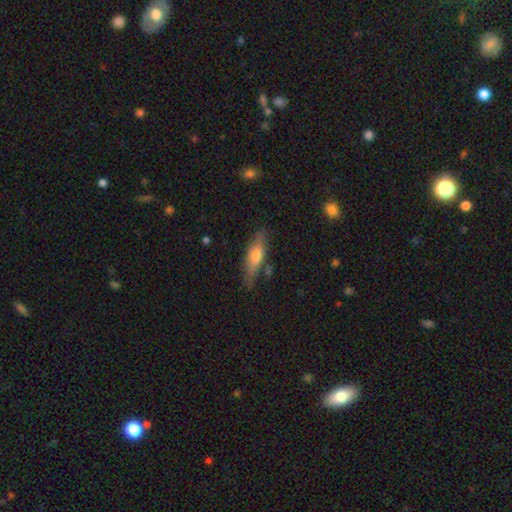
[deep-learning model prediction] Smooth or featured? Predicted: smooth (p=0.55). How rounded? Predicted: cigar-shaped (p=0.55). Merging? Predicted: none (p=0.72).